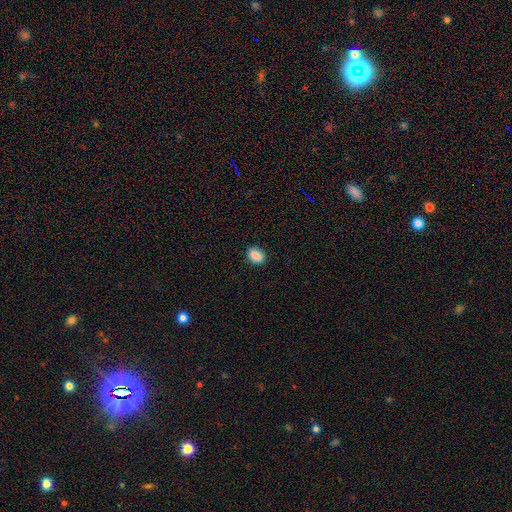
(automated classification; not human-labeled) This is clearly a smooth galaxy (88%). How rounded: likely in between (71%). Merging: clearly none (88%).